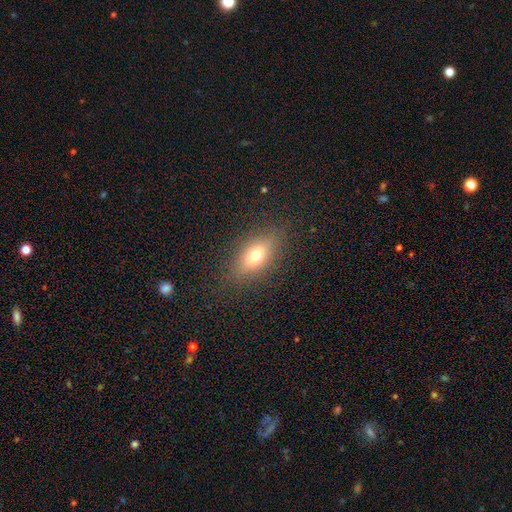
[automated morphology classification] Smooth or featured? Predicted: smooth (p=0.67). How rounded? Predicted: in between (p=0.78). Merging? Predicted: none (p=0.84).